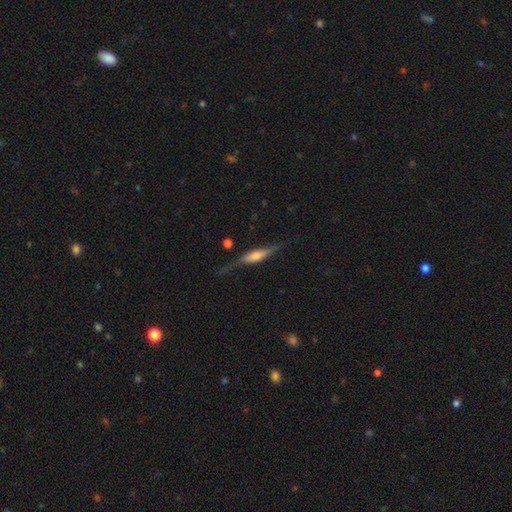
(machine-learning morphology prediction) A featured or disk galaxy (67%) viewed edge-on (90%) with a rounded central bulge (75%).

Vote fractions:
- Smooth or featured? featured or disk: 67% / smooth: 26% / star or artifact: 7%
- Edge-on disk? yes: 90% / no: 10%
- Edge-on bulge? rounded: 75% / boxy: 19% / none: 6%
- Merging? none: 60% / minor disturbance: 23% / major disturbance: 13% / merger: 3%